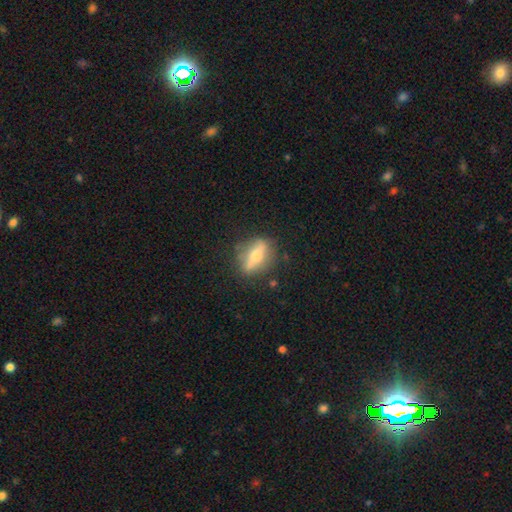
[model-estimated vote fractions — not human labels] featured or disk 52%, smooth 40%, star or artifact 8%. Down the decision tree: edge-on disk — yes (67%); merging — none (78%).